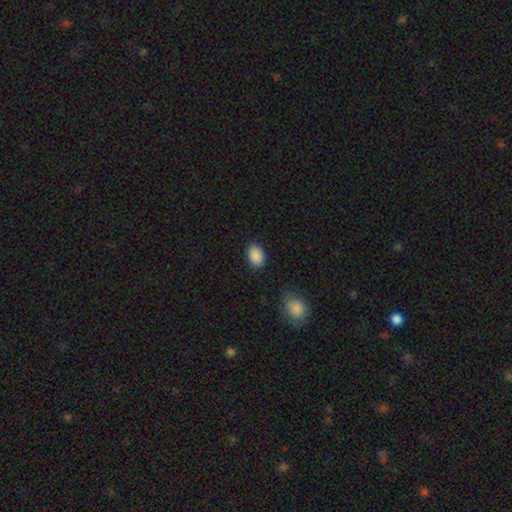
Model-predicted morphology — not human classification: This appears to be a smooth galaxy with no disk features (89%) that is in between round and cigar-shaped (82%). Merging: none (86%).